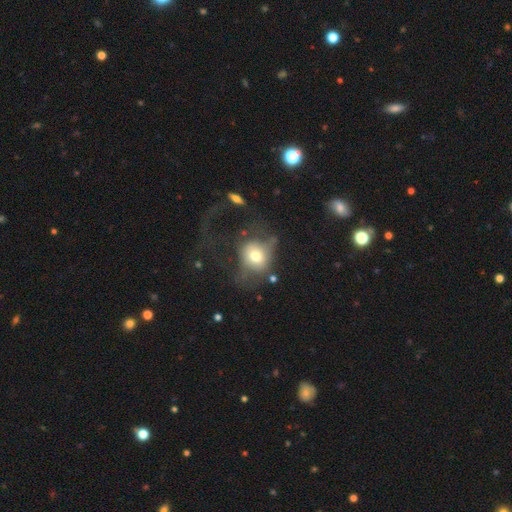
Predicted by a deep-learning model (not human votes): smooth_or_featured: smooth (p=0.66) [alt: featured or disk p=0.23]
how_rounded: round (p=0.67) [alt: in between p=0.32]
merging: major disturbance (p=0.46) [alt: none p=0.30]